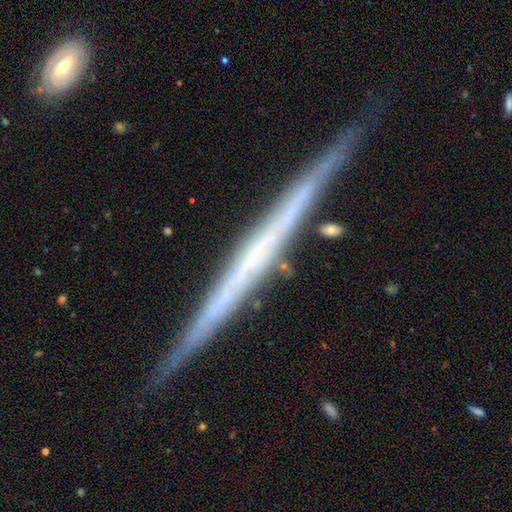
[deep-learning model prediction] This is likely a featured or disk galaxy (78%). It is clearly viewed edge-on (97%). Edge-on bulge: clearly none (84%). Merging: clearly none (87%).